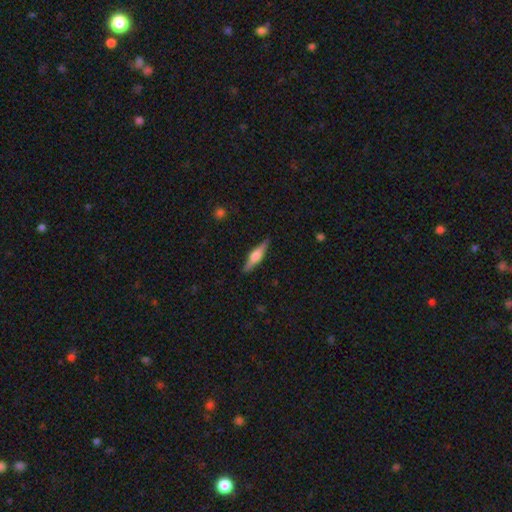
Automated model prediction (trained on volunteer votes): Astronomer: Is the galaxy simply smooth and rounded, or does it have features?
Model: featured or disk — 60%.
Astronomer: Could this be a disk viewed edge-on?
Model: yes — 96%.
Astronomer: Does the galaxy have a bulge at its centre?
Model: rounded — 85%.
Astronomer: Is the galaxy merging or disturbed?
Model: none — 89%.